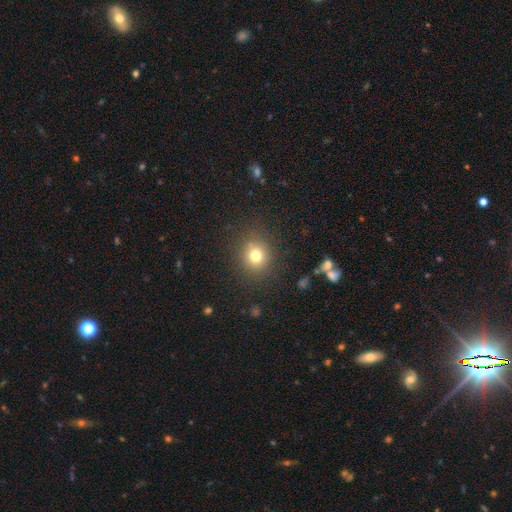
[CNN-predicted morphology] This is likely a smooth galaxy (76%). How rounded: clearly round (86%). Merging: clearly none (84%).